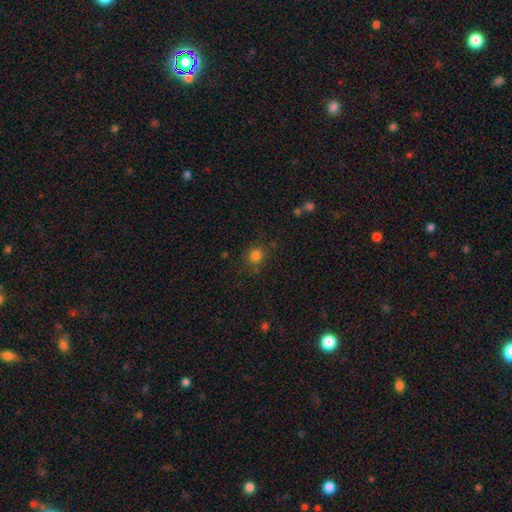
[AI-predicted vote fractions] The model was most divided on "smooth or featured": smooth: 80%, star or artifact: 14%, featured or disk: 5%. More confident: how rounded — round (88%); merging — none (81%).